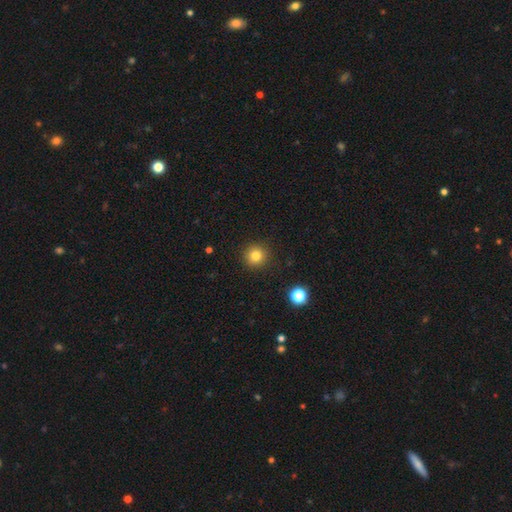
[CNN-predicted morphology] Smooth or featured? Predicted: smooth (p=0.81). How rounded? Predicted: round (p=0.95). Merging? Predicted: none (p=0.91).